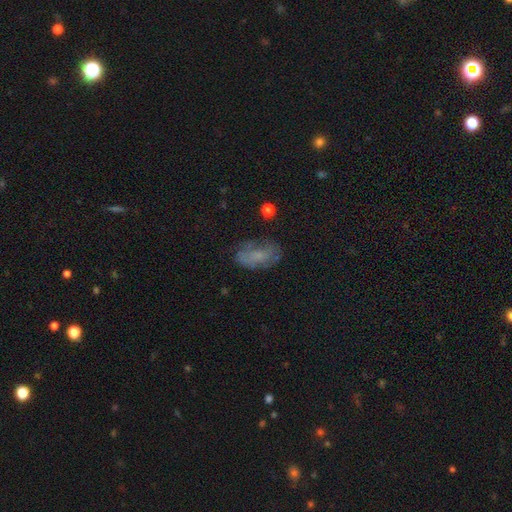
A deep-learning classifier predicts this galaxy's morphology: smooth-or-featured: smooth: 56% | featured or disk: 32% | star or artifact: 12%
  how-rounded: in between: 88% | round: 8% | cigar-shaped: 3%
  merging: none: 58% | minor disturbance: 25% | major disturbance: 15% | merger: 3%